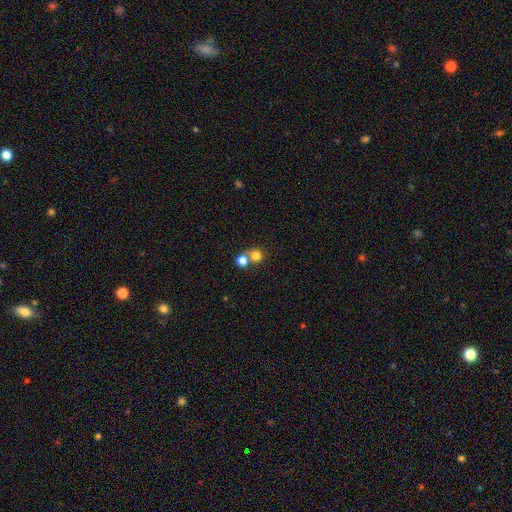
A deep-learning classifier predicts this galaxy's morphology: type=smooth (78%); roundness=round (88%); merging=none (48%).